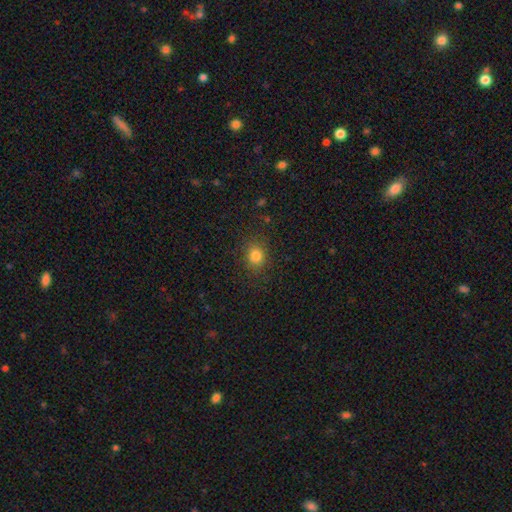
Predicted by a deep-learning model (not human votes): Overall: smooth (81%). How rounded: round (63%; in between 36%). Merging: none (85%).